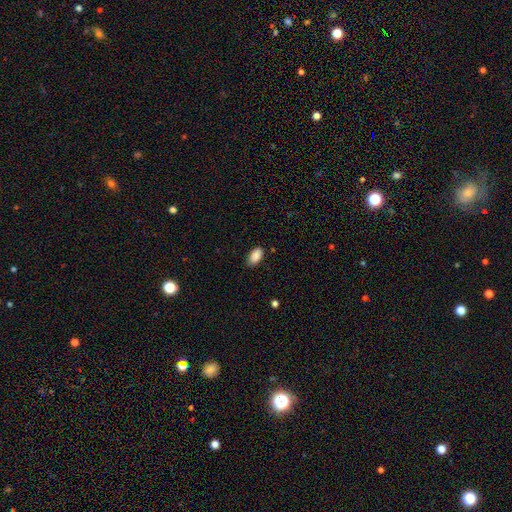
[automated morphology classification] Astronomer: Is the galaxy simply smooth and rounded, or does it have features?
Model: smooth — 89%.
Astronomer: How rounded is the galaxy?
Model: in between — 94%.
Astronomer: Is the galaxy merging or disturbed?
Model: none — 84%.